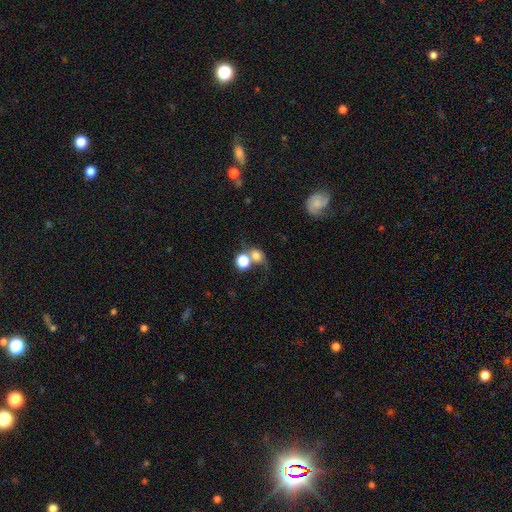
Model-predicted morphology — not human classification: A smooth galaxy with no disk features (67%) that is round (65%).

Vote fractions:
- Smooth or featured? smooth: 67% / featured or disk: 20% / star or artifact: 13%
- How rounded? round: 65% / in between: 33% / cigar-shaped: 2%
- Merging? merger: 50% / none: 26% / major disturbance: 15% / minor disturbance: 10%